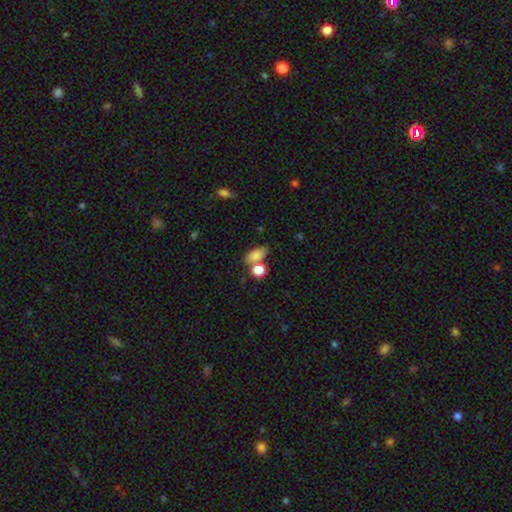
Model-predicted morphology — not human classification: This appears to be a smooth galaxy with no disk features (81%) that is in between round and cigar-shaped (79%). Merging: none (54%).